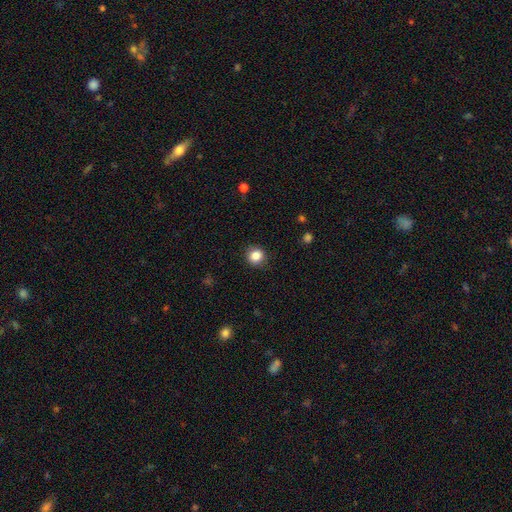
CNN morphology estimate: smooth-or-featured: smooth: 85% | star or artifact: 11% | featured or disk: 4%
  how-rounded: round: 89% | in between: 10% | cigar-shaped: 1%
  merging: none: 89% | minor disturbance: 8% | major disturbance: 2% | merger: 1%